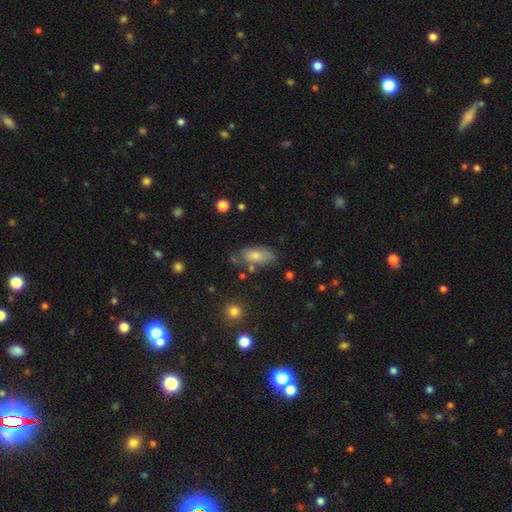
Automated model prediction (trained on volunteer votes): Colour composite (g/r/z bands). It shows a smooth galaxy with no disk features (74%) that is in between round and cigar-shaped (88%). Merging: none (63%).